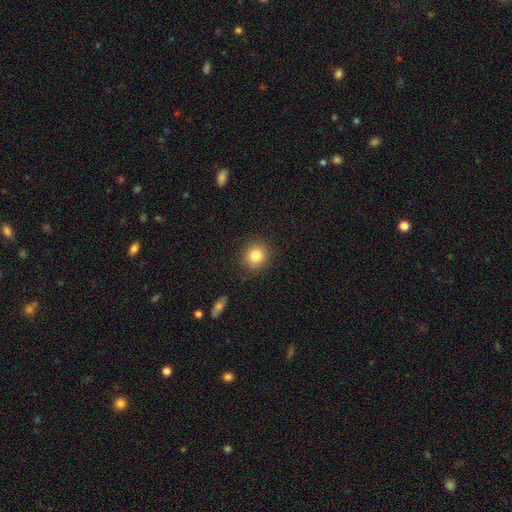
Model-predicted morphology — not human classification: A smooth galaxy with no disk features (83%) that is round (86%). Merging: none (88%).